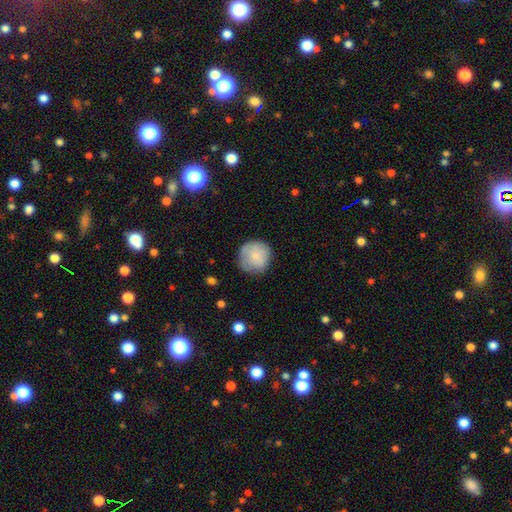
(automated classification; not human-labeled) Smooth or featured? Predicted: smooth (p=0.77). How rounded? Predicted: round (p=0.93). Merging? Predicted: none (p=0.76).